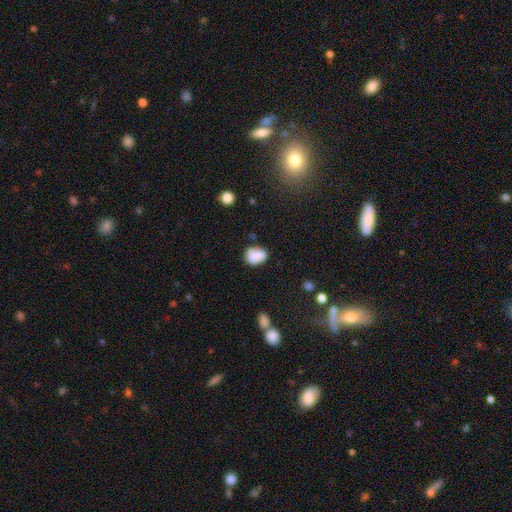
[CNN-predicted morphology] The model was most divided on "merging": none: 57%, minor disturbance: 26%, merger: 9%, major disturbance: 8%. More confident: smooth or featured — smooth (81%); how rounded — in between (67%).